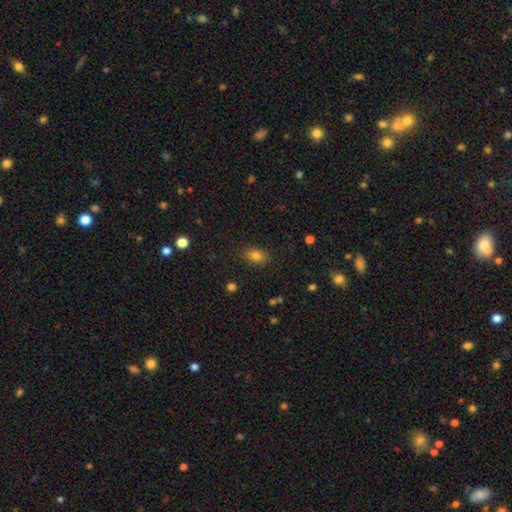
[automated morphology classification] type=smooth (81%); roundness=in between (71%); merging=none (85%).